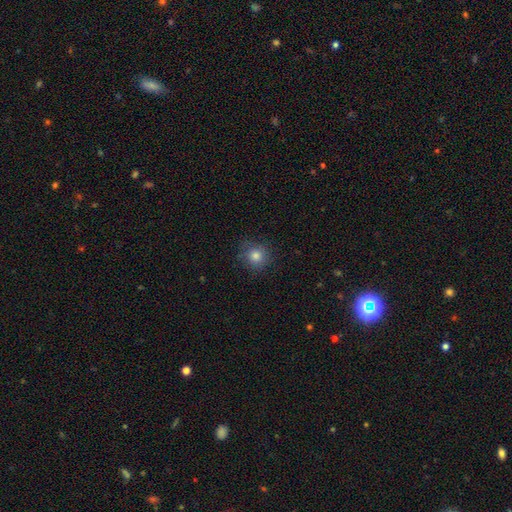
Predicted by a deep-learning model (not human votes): Morphology: type=smooth (80%); roundness=round (91%); merging=none (84%).